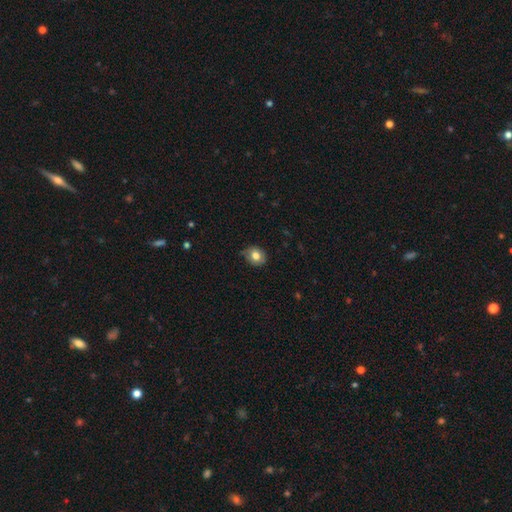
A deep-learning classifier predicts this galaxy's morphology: A smooth galaxy with no disk features (78%) that is round (69%). Merging: none (74%).